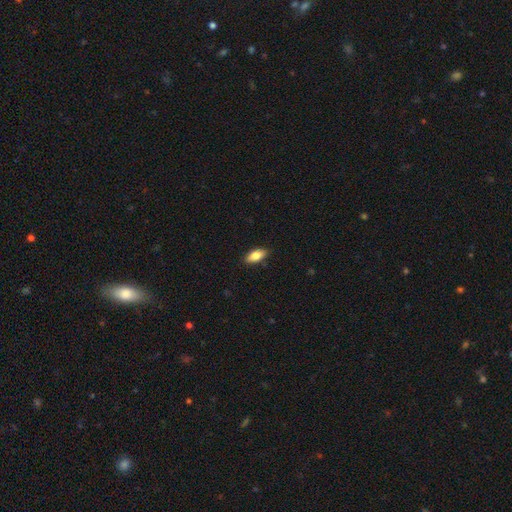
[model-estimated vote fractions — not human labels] Morphology: type=smooth (80%); roundness=in between (86%); merging=none (87%).